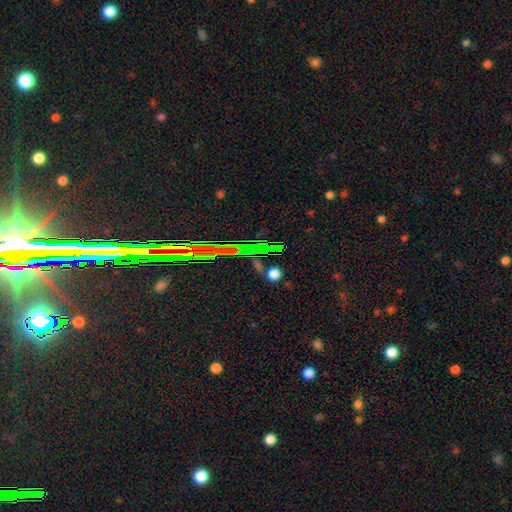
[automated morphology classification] type=star or artifact (78%).